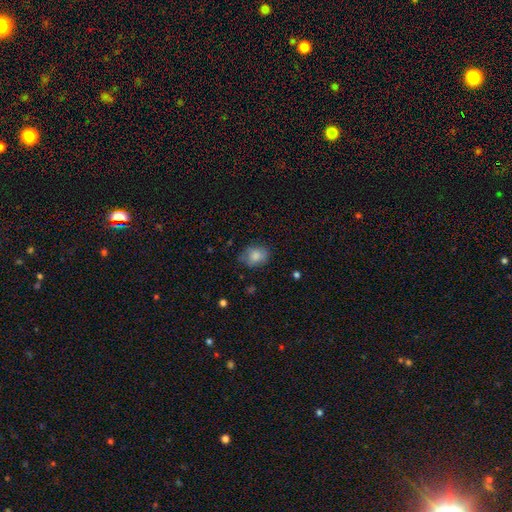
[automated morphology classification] Smooth or featured?
  - smooth: 82% *
  - featured or disk: 10%
  - star or artifact: 8%
How rounded?
  - in between: 56% *
  - round: 43%
  - cigar-shaped: 1%
Merging?
  - none: 70% *
  - minor disturbance: 22%
  - major disturbance: 6%
  - merger: 1%